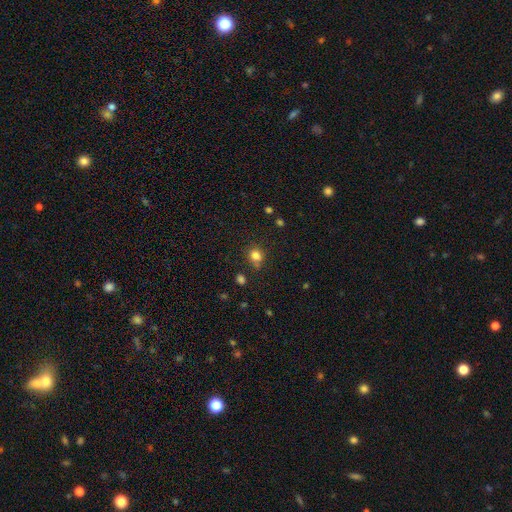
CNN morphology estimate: Smooth or featured?
  - smooth: 80% *
  - star or artifact: 14%
  - featured or disk: 6%
How rounded?
  - round: 78% *
  - in between: 21%
  - cigar-shaped: 1%
Merging?
  - none: 70% *
  - minor disturbance: 16%
  - merger: 9%
  - major disturbance: 5%